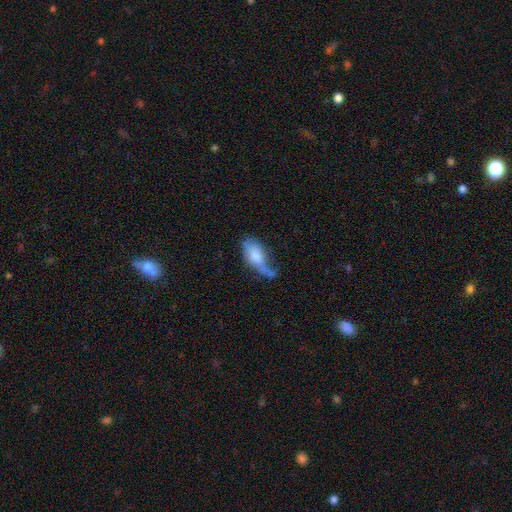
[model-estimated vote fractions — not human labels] Smooth or featured? smooth (69%)
How rounded? in between (87%)
Merging? major disturbance (32%)